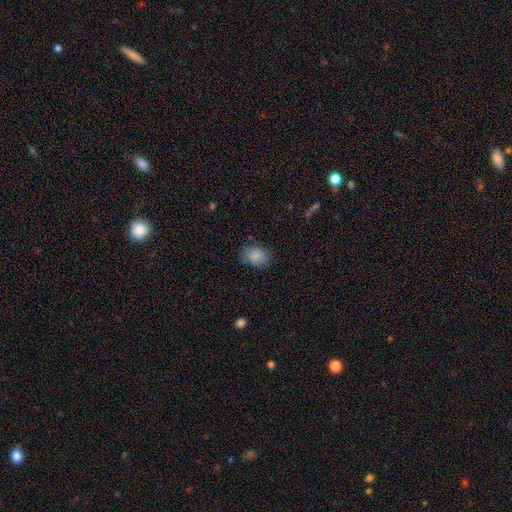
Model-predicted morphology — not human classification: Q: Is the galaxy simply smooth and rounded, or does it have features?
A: smooth — 86%.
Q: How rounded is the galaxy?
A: in between — 69%.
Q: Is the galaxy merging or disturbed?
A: none — 76%.